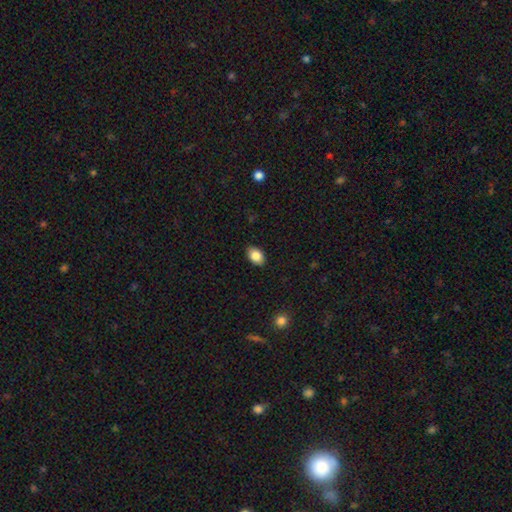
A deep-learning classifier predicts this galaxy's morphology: Overall: smooth (86%). How rounded: in between (88%). Merging: none (89%).